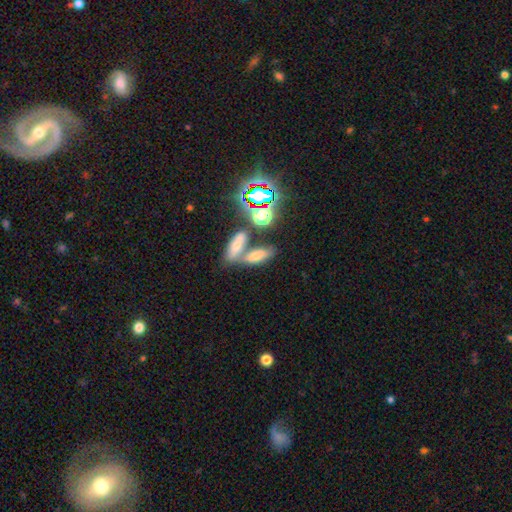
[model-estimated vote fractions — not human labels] Smooth or featured: smooth — 63% (star or artifact — 19%)
How rounded: in between — 71% (cigar-shaped — 23%)
Merging: merger — 50% (none — 35%)